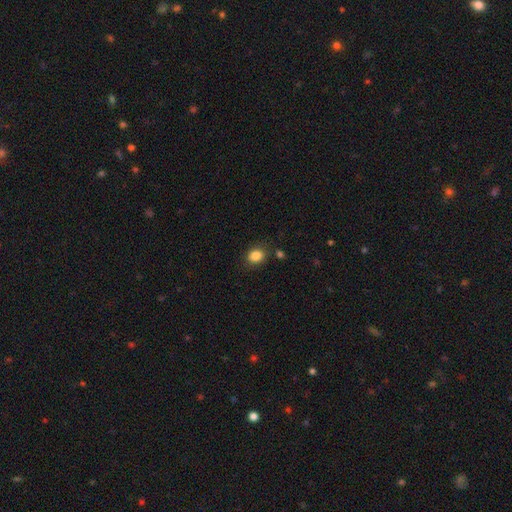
Smooth or featured: smooth — 90% (star or artifact — 10%)
How rounded: round — 57% (in between — 43%)
Merging: none — 83% (minor disturbance — 14%)